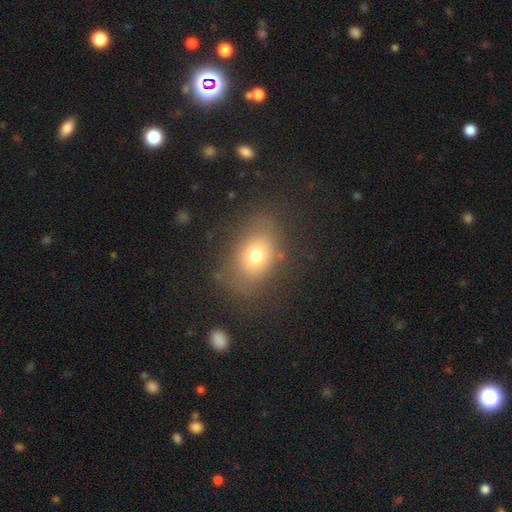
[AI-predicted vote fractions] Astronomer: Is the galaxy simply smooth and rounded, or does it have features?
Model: smooth — 71%.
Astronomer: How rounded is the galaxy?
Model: in between — 69%.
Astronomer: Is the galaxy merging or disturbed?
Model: none — 72%.